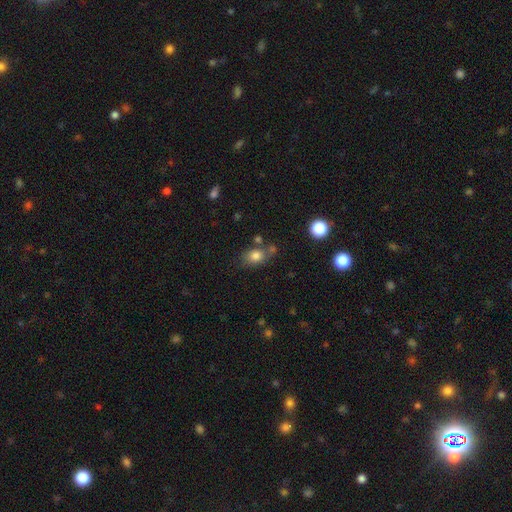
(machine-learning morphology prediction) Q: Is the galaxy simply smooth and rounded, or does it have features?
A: smooth — 80%.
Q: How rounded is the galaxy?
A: in between — 66%.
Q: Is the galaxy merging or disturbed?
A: none — 61%.